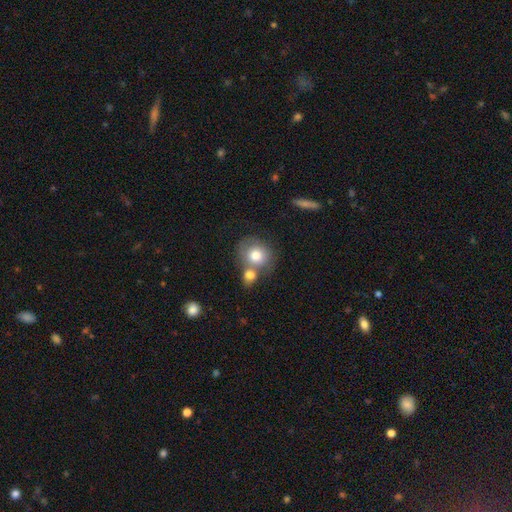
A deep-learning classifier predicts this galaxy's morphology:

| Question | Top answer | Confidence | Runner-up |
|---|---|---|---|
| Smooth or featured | smooth | 76% | featured or disk (17%) |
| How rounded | round | 73% | in between (26%) |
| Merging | merger | 45% | none (39%) |